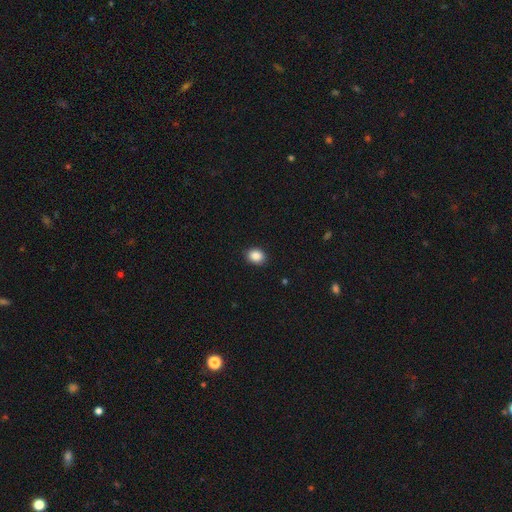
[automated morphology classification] Smooth or featured? smooth (88%)
How rounded? in between (52%)
Merging? none (89%)